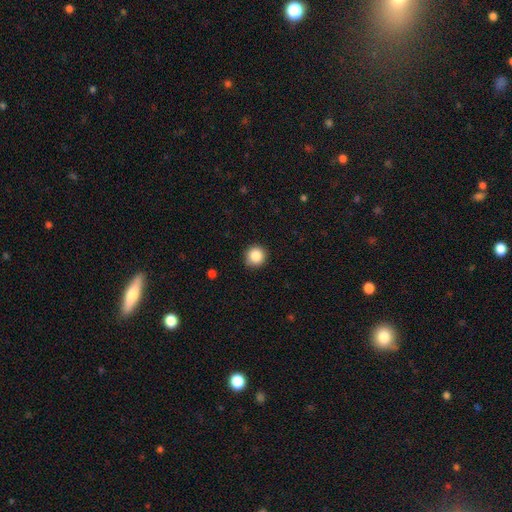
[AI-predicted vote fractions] This is clearly a smooth galaxy (87%). How rounded: clearly round (94%). Merging: clearly none (89%).